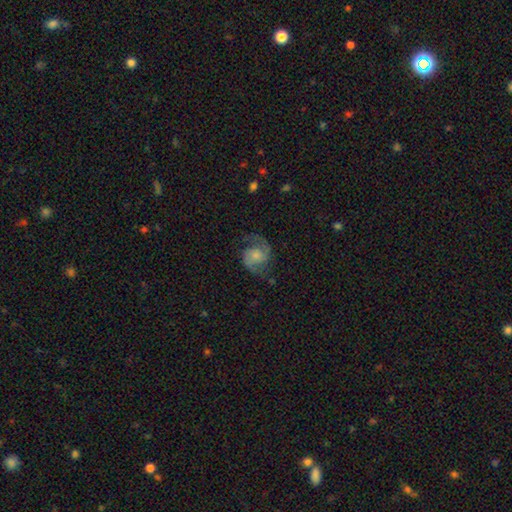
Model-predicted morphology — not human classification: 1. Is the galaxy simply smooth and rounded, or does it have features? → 80% featured or disk, 13% smooth, 7% star or artifact.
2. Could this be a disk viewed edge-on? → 98% no, 2% yes.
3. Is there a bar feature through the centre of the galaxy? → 66% no, 29% weak, 6% strong.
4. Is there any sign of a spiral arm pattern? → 96% yes, 4% no.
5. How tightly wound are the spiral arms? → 53% medium, 34% loose, 13% tight.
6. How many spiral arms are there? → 93% 2, 2% can't tell, 2% 1, 1% 3, 1% 4, 1% more than 4.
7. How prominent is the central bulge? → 38% small, 35% moderate, 15% none, 9% large, 2% dominant.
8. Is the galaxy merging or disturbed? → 73% none, 16% minor disturbance, 10% major disturbance, 2% merger.